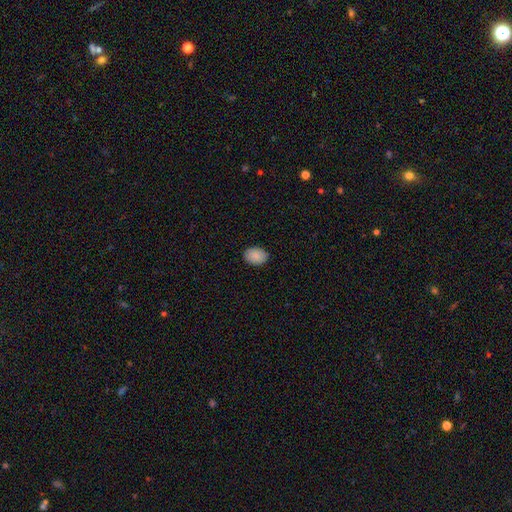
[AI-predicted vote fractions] smooth-or-featured: smooth: 89% | star or artifact: 7% | featured or disk: 4%
  how-rounded: in between: 76% | round: 23% | cigar-shaped: 1%
  merging: none: 89% | minor disturbance: 8% | major disturbance: 2% | merger: 1%